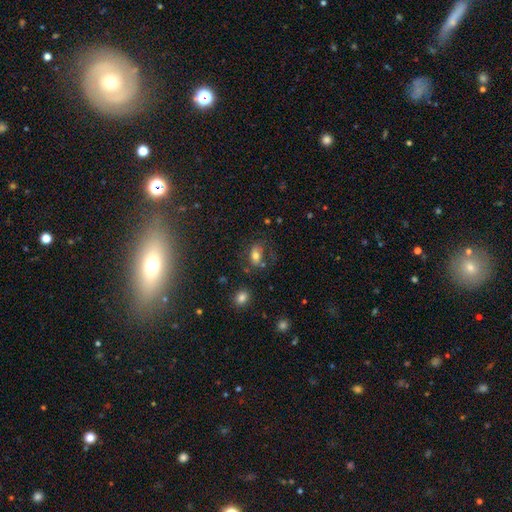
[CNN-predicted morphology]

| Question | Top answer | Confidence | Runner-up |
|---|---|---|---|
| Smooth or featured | smooth | 69% | featured or disk (19%) |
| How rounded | in between | 82% | round (16%) |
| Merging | none | 59% | minor disturbance (19%) |